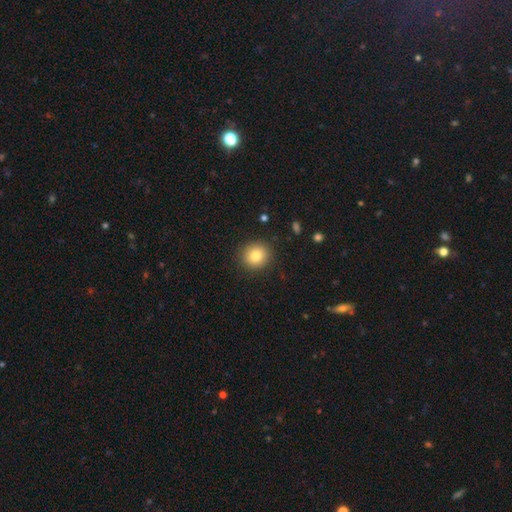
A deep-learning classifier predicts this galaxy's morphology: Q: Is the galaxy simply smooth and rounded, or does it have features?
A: smooth — 83%.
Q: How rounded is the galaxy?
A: round — 88%.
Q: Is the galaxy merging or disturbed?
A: none — 90%.